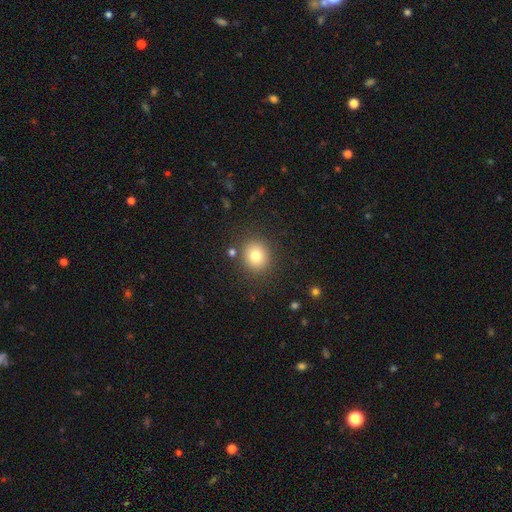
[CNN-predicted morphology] type=smooth (79%); roundness=round (82%); merging=none (86%).